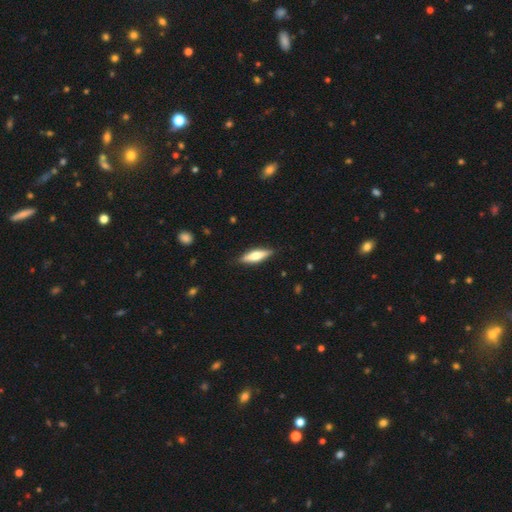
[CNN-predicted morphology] smooth 48%, featured or disk 46%, star or artifact 6%. Down the decision tree: merging — none (86%).